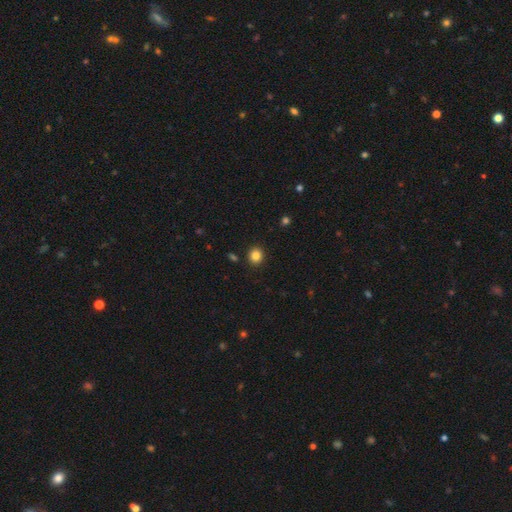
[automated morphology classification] smooth_or_featured: smooth (p=0.84) [alt: star or artifact p=0.11]
how_rounded: round (p=0.82) [alt: in between p=0.17]
merging: none (p=0.91) [alt: minor disturbance p=0.06]